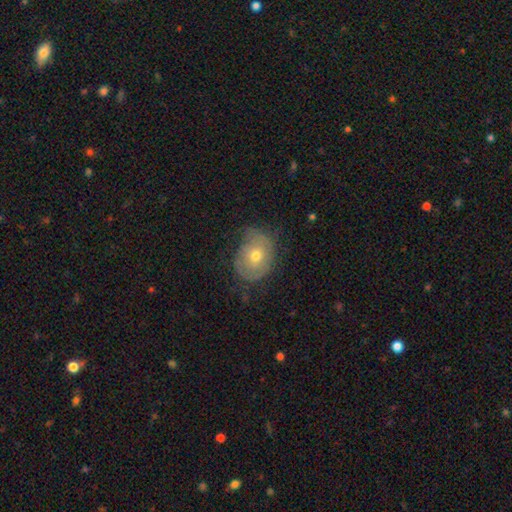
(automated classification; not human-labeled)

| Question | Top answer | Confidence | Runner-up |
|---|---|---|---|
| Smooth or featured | smooth | 53% | featured or disk (39%) |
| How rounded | in between | 55% | round (44%) |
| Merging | none | 53% | minor disturbance (33%) |